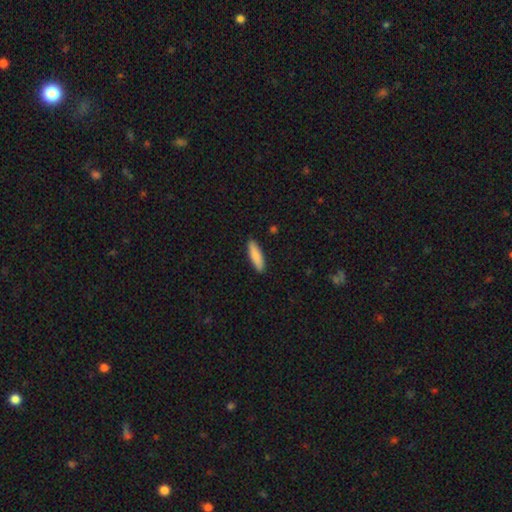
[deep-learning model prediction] smooth 86%, featured or disk 8%, star or artifact 5%. Down the decision tree: how rounded — cigar-shaped (64%); merging — none (90%).